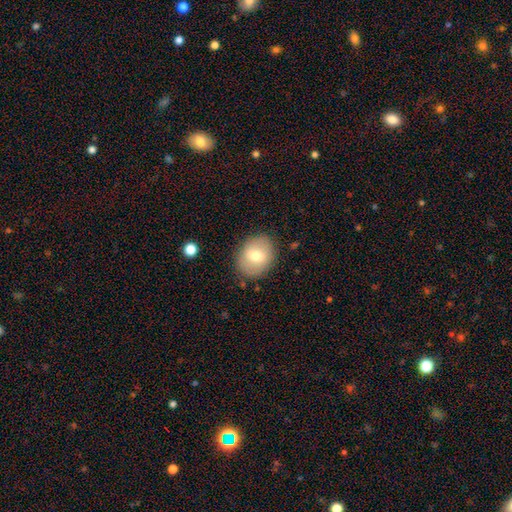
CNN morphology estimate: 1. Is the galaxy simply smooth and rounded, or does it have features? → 67% smooth, 25% featured or disk, 8% star or artifact.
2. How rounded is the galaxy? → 50% round, 49% in between, 1% cigar-shaped.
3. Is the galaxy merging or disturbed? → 84% none, 11% minor disturbance, 3% major disturbance, 1% merger.